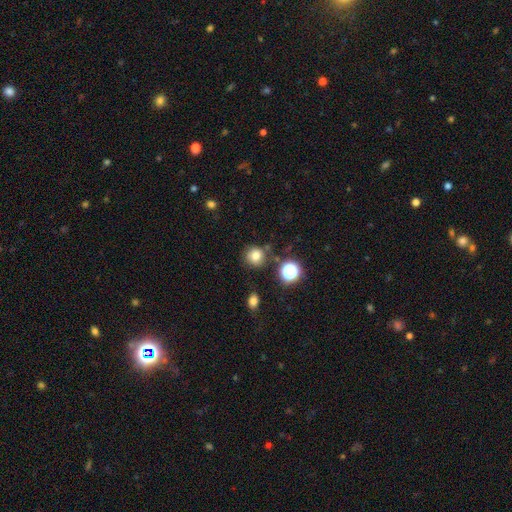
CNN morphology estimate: Smooth or featured? smooth (78%)
How rounded? round (88%)
Merging? none (78%)